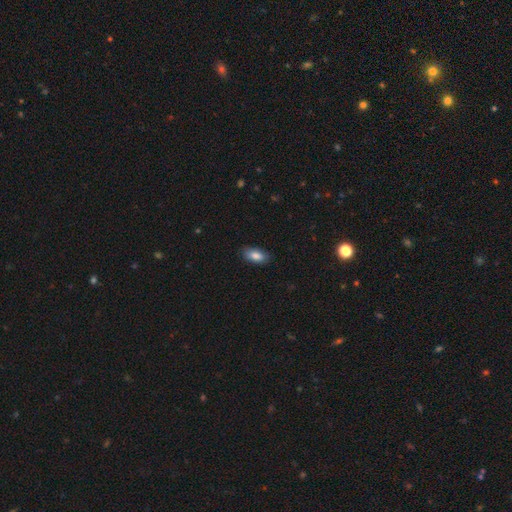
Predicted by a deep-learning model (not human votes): smooth_or_featured: smooth (p=0.85) [alt: featured or disk p=0.09]
how_rounded: in between (p=0.90) [alt: cigar-shaped p=0.07]
merging: none (p=0.87) [alt: minor disturbance p=0.10]